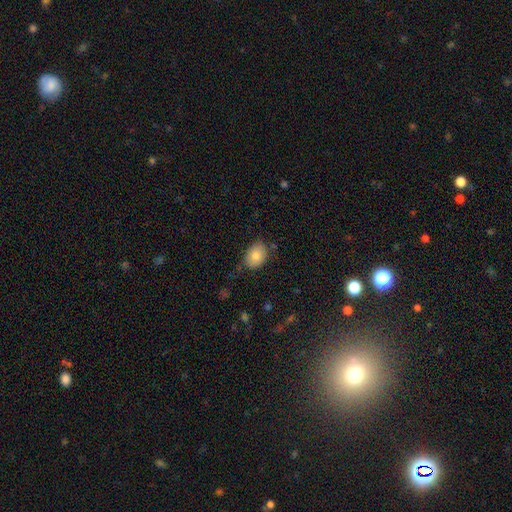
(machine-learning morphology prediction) A smooth galaxy with no disk features (83%) that is in between round and cigar-shaped (76%). Merging: none (76%).